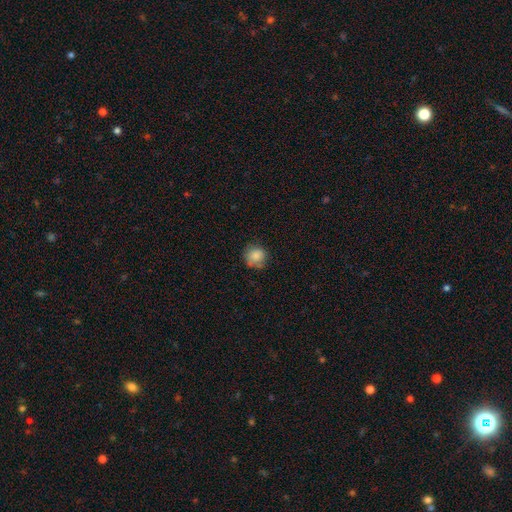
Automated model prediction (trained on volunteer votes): This appears to be a smooth galaxy with no disk features (83%) that is round (88%). Merging: none (71%).